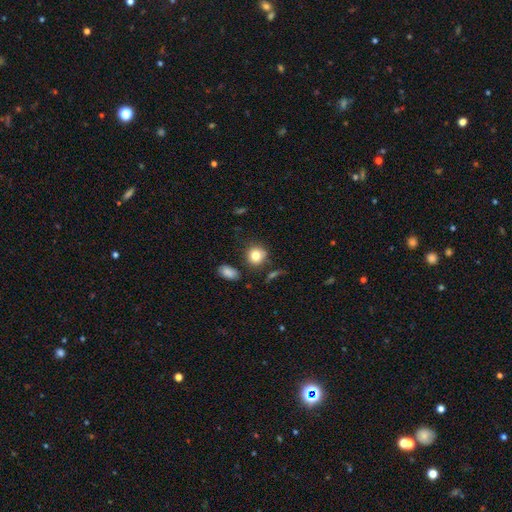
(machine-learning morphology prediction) This is clearly a smooth galaxy (82%). How rounded: clearly round (81%). Merging: likely none (77%).